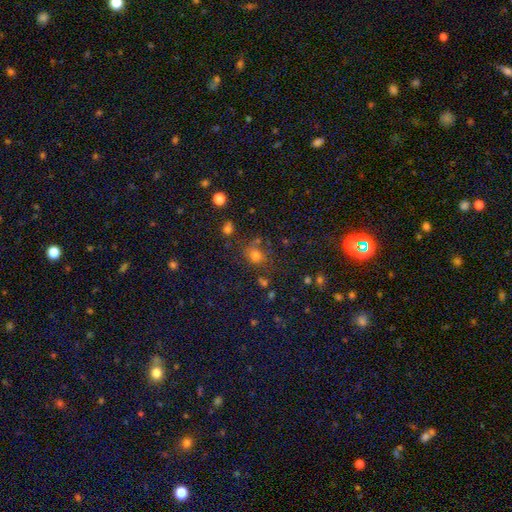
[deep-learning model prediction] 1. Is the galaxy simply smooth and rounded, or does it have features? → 71% smooth, 20% star or artifact, 9% featured or disk.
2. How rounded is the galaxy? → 68% round, 31% in between, 1% cigar-shaped.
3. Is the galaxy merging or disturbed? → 64% none, 17% minor disturbance, 11% merger, 8% major disturbance.